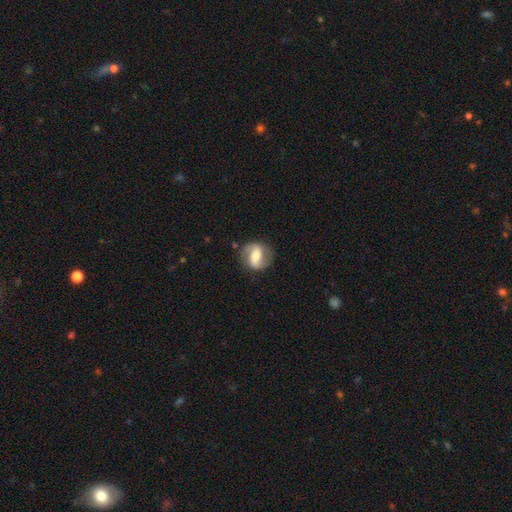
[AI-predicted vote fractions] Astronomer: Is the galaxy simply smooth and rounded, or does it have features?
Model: featured or disk — 65%.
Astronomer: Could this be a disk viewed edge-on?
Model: no — 95%.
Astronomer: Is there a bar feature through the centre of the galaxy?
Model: strong — 46% (runner-up: weak, 35%).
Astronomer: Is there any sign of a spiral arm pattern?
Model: yes — 82%.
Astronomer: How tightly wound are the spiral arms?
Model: medium — 40%, tied with loose at 40%.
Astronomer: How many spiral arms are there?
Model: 2 — 88%.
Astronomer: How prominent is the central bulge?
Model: moderate — 58%.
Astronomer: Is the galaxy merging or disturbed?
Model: none — 78%.